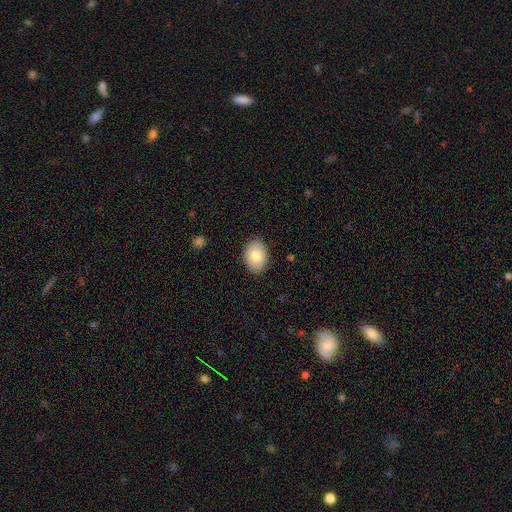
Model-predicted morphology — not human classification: smooth 81%, featured or disk 13%, star or artifact 7%. Down the decision tree: how rounded — in between (81%); merging — none (87%).